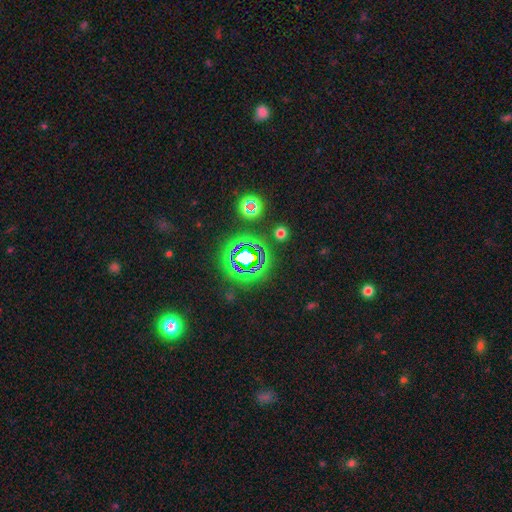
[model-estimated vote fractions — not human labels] The model was most divided on "smooth or featured": star or artifact: 74%, smooth: 16%, featured or disk: 10%.